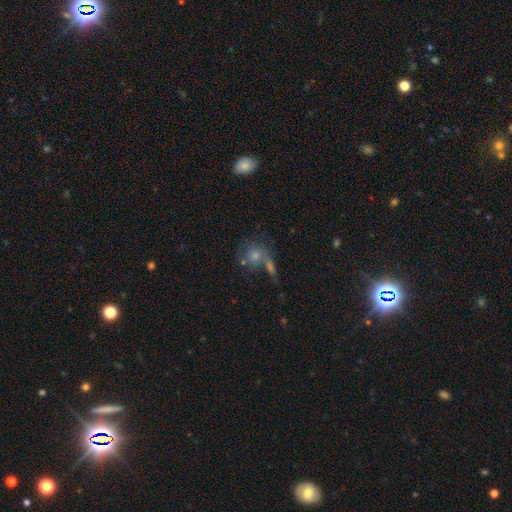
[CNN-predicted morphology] This appears to be a smooth galaxy with no disk features (54%) that is round (73%). Merging: none (42%).